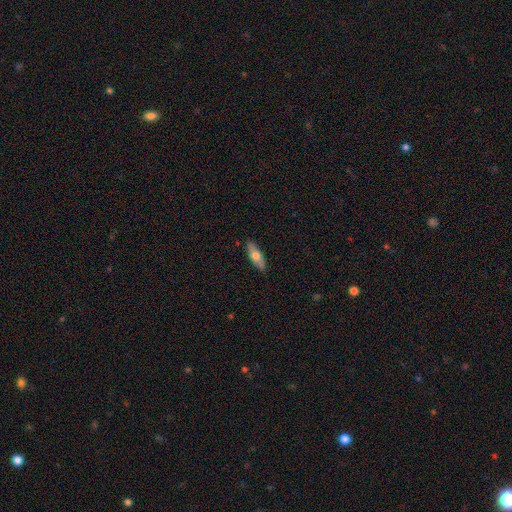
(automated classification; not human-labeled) Q: Smooth or featured?
A: smooth (61%); runner-up: featured or disk (33%)
Q: How rounded?
A: in between (57%); runner-up: cigar-shaped (40%)
Q: Merging?
A: none (88%); runner-up: minor disturbance (9%)